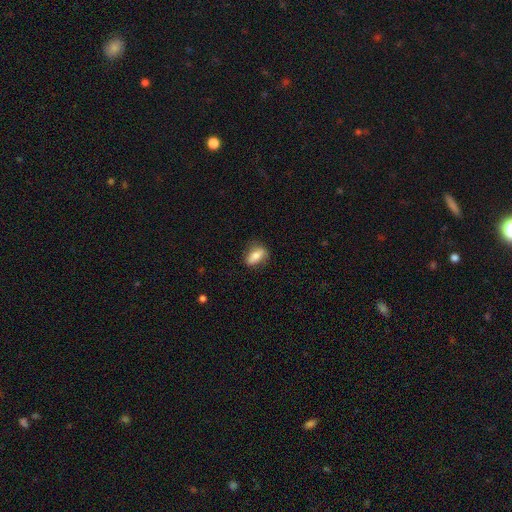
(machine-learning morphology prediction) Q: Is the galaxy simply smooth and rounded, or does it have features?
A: smooth — 67%.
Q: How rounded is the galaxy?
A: in between — 81%.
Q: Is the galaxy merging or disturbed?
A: none — 71%.